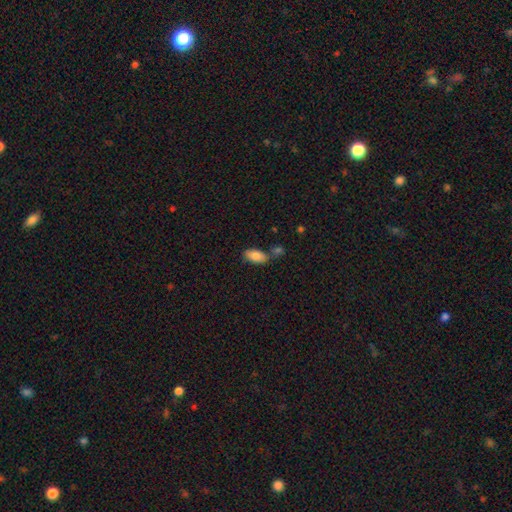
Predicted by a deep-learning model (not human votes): A smooth galaxy with no disk features (84%) that is in between round and cigar-shaped (92%). Merging: none (65%).